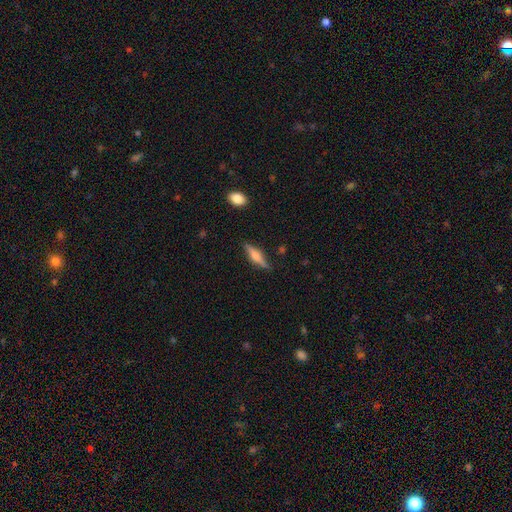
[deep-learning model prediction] A featured or disk galaxy (53%) viewed edge-on (95%) with a rounded central bulge (78%).

Vote fractions:
- Smooth or featured? featured or disk: 53% / smooth: 40% / star or artifact: 7%
- Edge-on disk? yes: 95% / no: 5%
- Edge-on bulge? rounded: 78% / boxy: 16% / none: 6%
- Merging? none: 83% / minor disturbance: 13% / major disturbance: 3% / merger: 2%